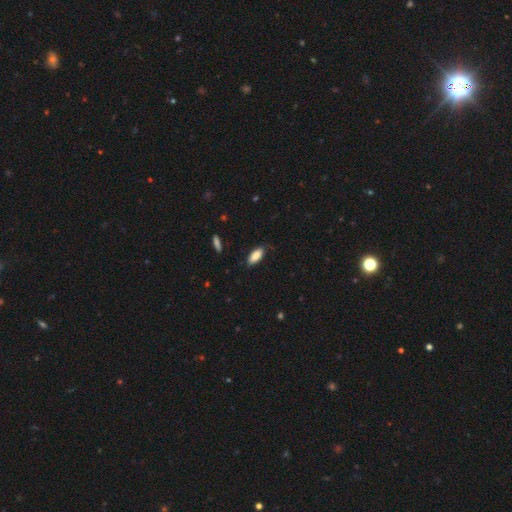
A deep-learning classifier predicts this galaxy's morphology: type=smooth (85%); roundness=in between (81%); merging=none (79%).